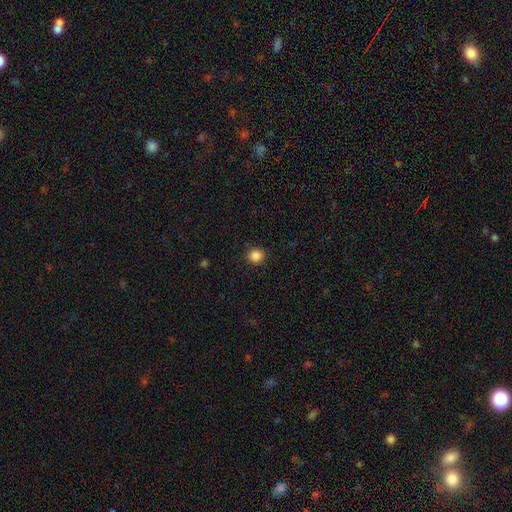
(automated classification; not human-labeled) smooth_or_featured: smooth (p=0.86) [alt: star or artifact p=0.11]
how_rounded: round (p=0.91) [alt: in between p=0.08]
merging: none (p=0.92) [alt: minor disturbance p=0.05]